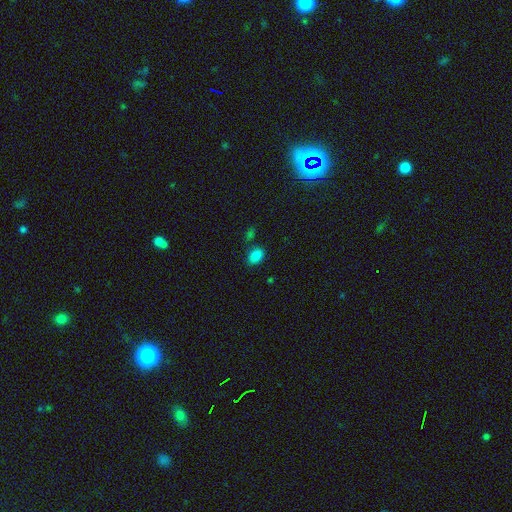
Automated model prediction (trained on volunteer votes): smooth-or-featured: smooth: 84% | star or artifact: 12% | featured or disk: 4%
  how-rounded: in between: 82% | round: 17% | cigar-shaped: 1%
  merging: none: 73% | minor disturbance: 14% | merger: 9% | major disturbance: 4%